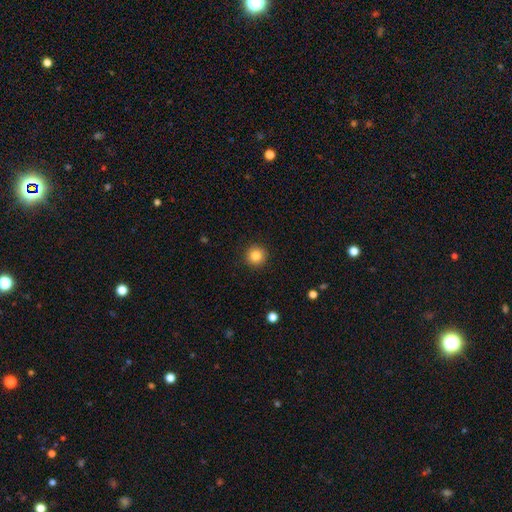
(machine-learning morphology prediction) type=smooth (84%); roundness=round (95%); merging=none (92%).